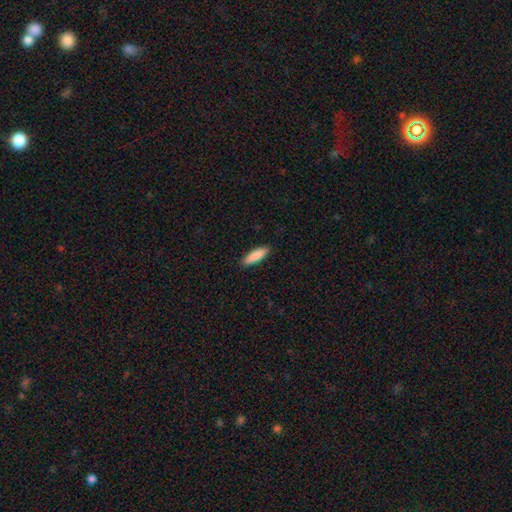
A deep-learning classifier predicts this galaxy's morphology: A smooth galaxy with no disk features (88%) that is cigar-shaped (55%). Merging: none (90%).